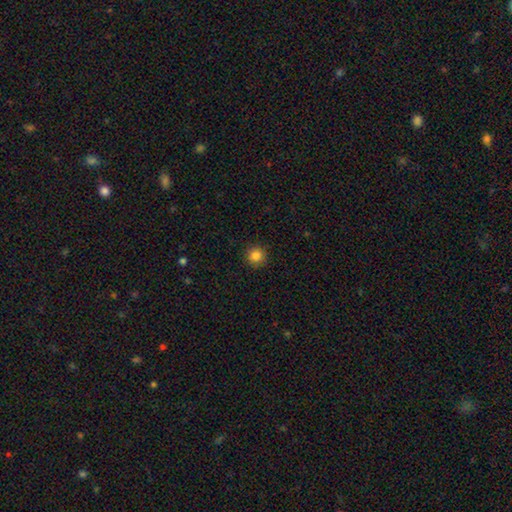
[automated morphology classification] type=smooth (85%); roundness=round (95%); merging=none (91%).